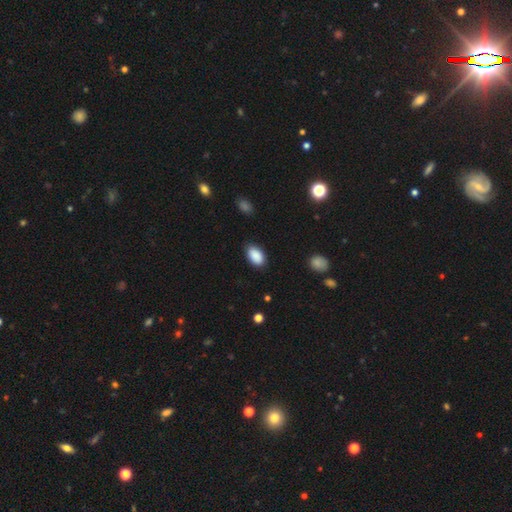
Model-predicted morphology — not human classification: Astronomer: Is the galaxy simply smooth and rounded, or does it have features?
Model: smooth — 90%.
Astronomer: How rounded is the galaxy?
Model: in between — 93%.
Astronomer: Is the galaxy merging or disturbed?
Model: none — 84%.